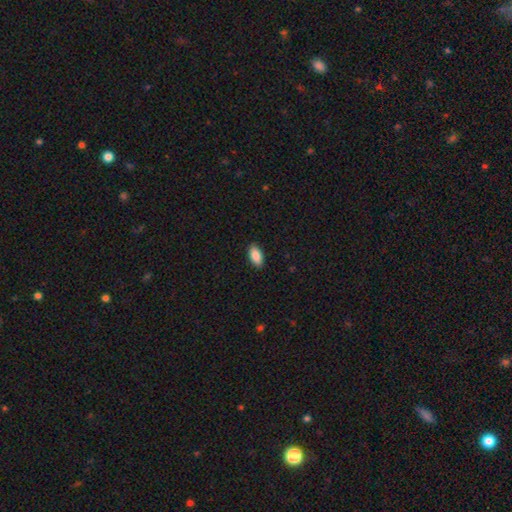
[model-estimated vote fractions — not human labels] smooth-or-featured: smooth: 88% | star or artifact: 7% | featured or disk: 5%
  how-rounded: in between: 92% | cigar-shaped: 5% | round: 2%
  merging: none: 90% | minor disturbance: 8% | major disturbance: 2% | merger: 1%